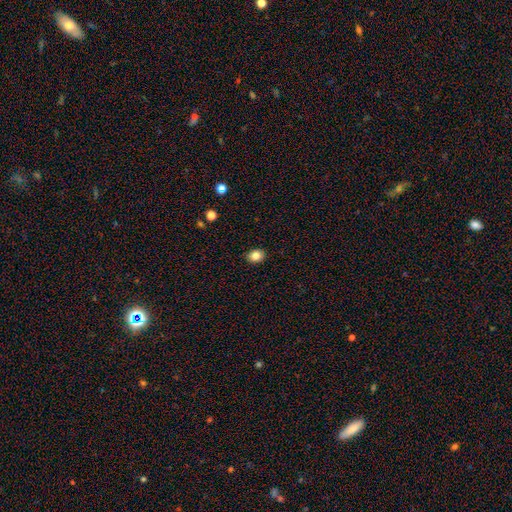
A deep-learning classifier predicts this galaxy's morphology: A smooth galaxy with no disk features (83%) that is in between round and cigar-shaped (53%).

Vote fractions:
- Smooth or featured? smooth: 83% / star or artifact: 10% / featured or disk: 7%
- How rounded? in between: 53% / round: 46% / cigar-shaped: 1%
- Merging? none: 90% / minor disturbance: 7% / major disturbance: 2% / merger: 1%